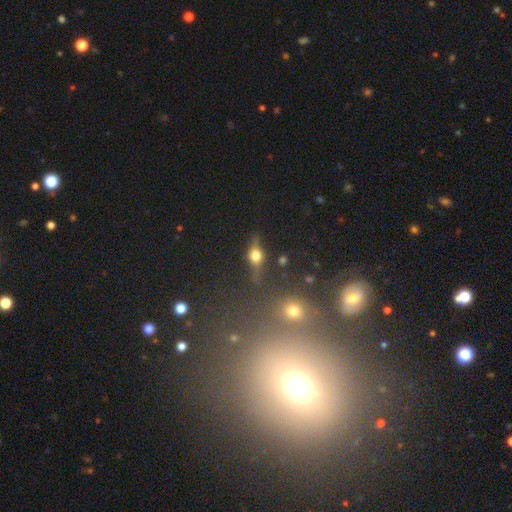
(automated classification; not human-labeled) smooth_or_featured: smooth (p=0.45) [alt: featured or disk p=0.39]
merging: none (p=0.70) [alt: minor disturbance p=0.17]